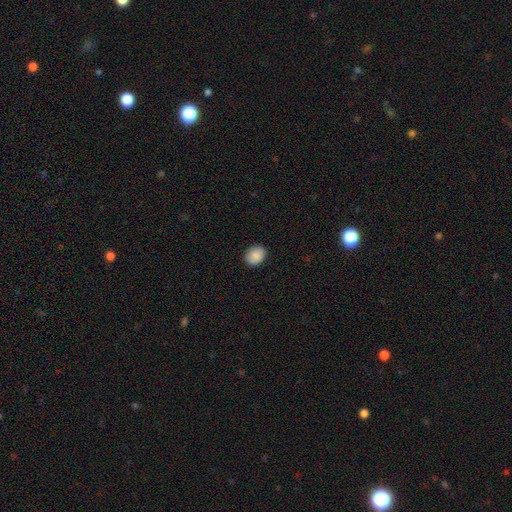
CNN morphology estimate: type=smooth (89%); roundness=in between (50%); merging=none (88%).